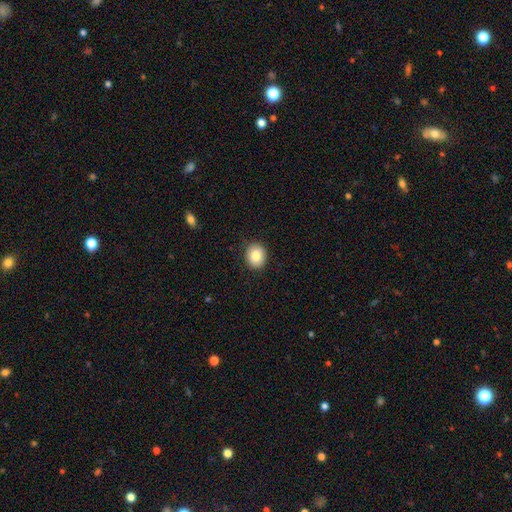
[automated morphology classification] This appears to be a smooth galaxy with no disk features (84%) that is round (65%). Merging: none (88%).